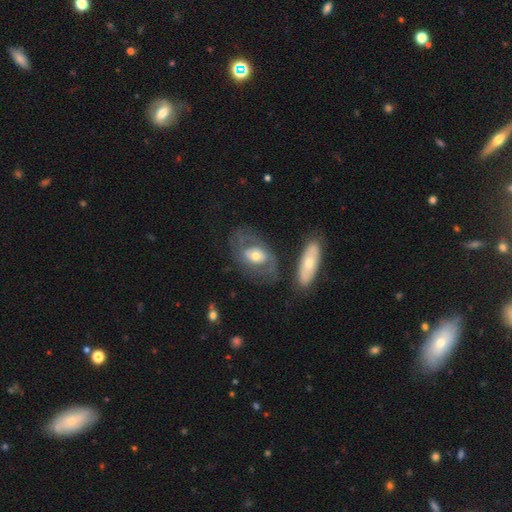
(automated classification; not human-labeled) Overall: featured or disk (64%; smooth 30%). Edge-on disk: no (92%). Bar: no (73%). Spiral arms: yes (51%; no 49%). Bulge size: moderate (60%; small 24%). Merging: none (57%; major disturbance 18%).